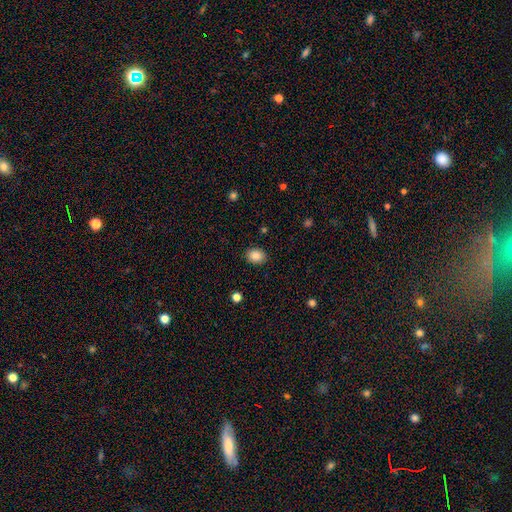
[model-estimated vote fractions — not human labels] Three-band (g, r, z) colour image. It shows a smooth galaxy with no disk features (87%) that is in between round and cigar-shaped (60%). Merging: none (89%).